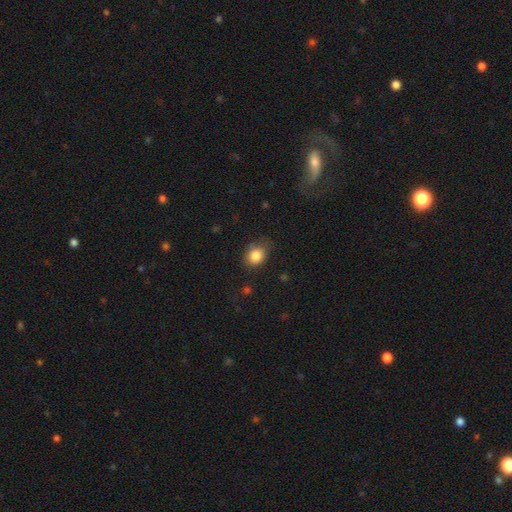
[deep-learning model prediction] A smooth galaxy with no disk features (85%) that is round (56%). Merging: none (68%).